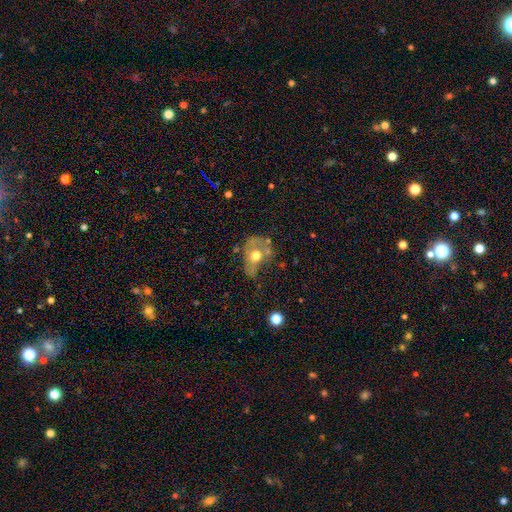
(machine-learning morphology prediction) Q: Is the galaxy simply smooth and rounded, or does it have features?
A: smooth — 47%.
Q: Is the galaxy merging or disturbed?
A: none — 33%.